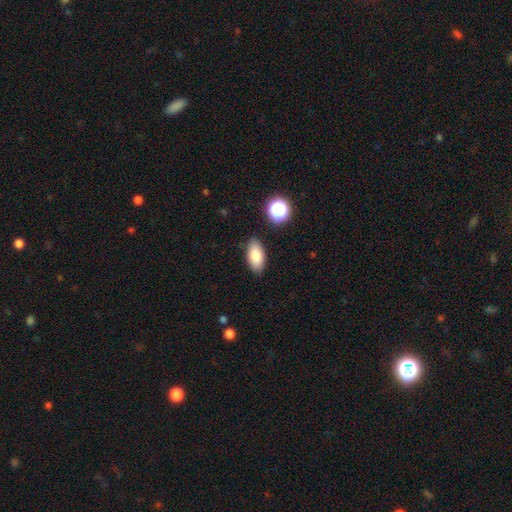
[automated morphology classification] A smooth galaxy with no disk features (83%) that is in between round and cigar-shaped (91%). Merging: none (85%).